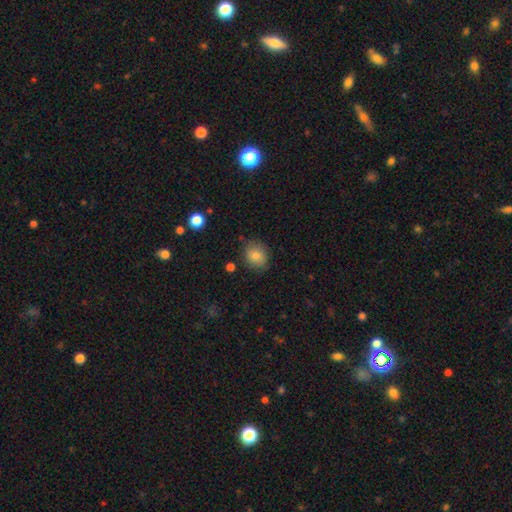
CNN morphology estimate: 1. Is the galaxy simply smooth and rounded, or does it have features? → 84% smooth, 9% star or artifact, 8% featured or disk.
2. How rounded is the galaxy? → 59% round, 40% in between, 1% cigar-shaped.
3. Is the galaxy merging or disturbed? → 79% none, 15% minor disturbance, 4% major disturbance, 2% merger.